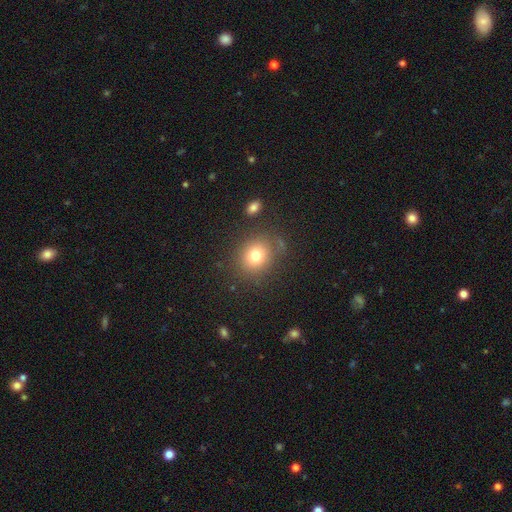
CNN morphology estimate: smooth_or_featured: smooth (p=0.77) [alt: star or artifact p=0.13]
how_rounded: round (p=0.74) [alt: in between p=0.25]
merging: none (p=0.81) [alt: minor disturbance p=0.11]